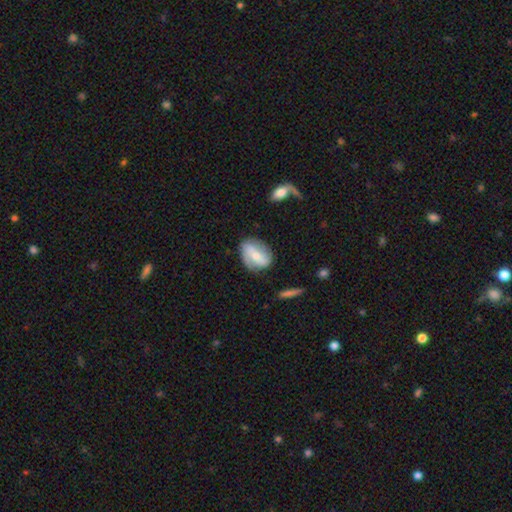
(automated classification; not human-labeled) Overall: featured or disk (58%; smooth 35%). Edge-on disk: no (94%). Bar: weak (35%; no 33%). Spiral arms: yes (82%). Bulge size: small (49%; moderate 46%). Merging: none (72%).